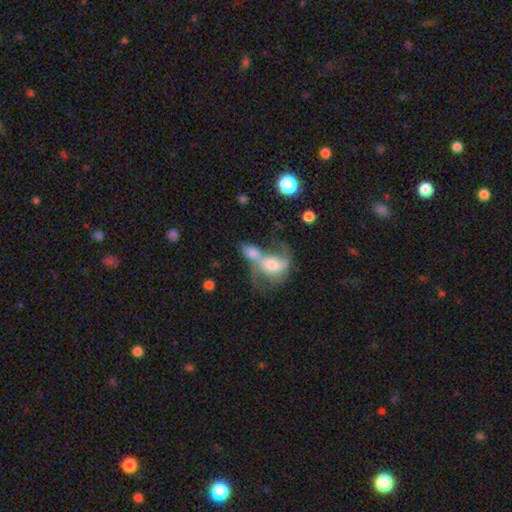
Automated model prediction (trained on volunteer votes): This appears to be a featured or disk galaxy (59%) with no bar (52%), spiral arms (78%) and a moderate central bulge (55%). Merging: merger (58%).